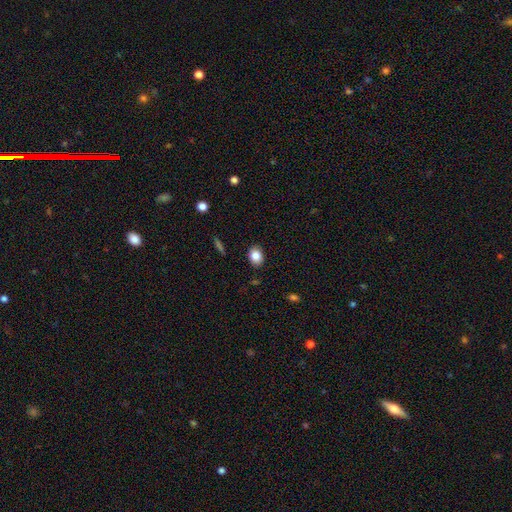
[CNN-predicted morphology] This is clearly a smooth galaxy (84%). How rounded: likely in between (63%). Merging: clearly none (87%).